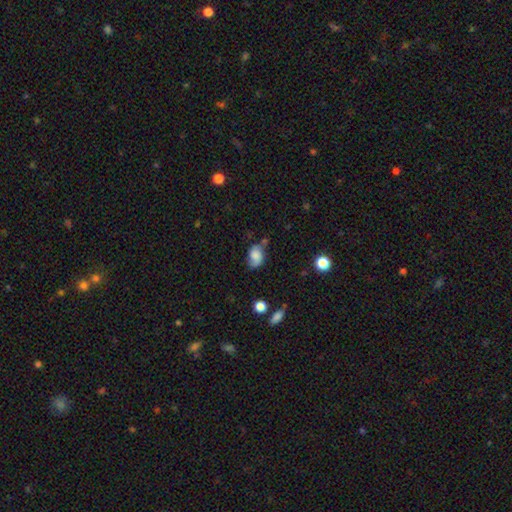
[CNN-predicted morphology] smooth-or-featured: smooth: 63% | featured or disk: 27% | star or artifact: 10%
  how-rounded: in between: 78% | round: 21% | cigar-shaped: 2%
  merging: none: 51% | minor disturbance: 31% | major disturbance: 11% | merger: 7%